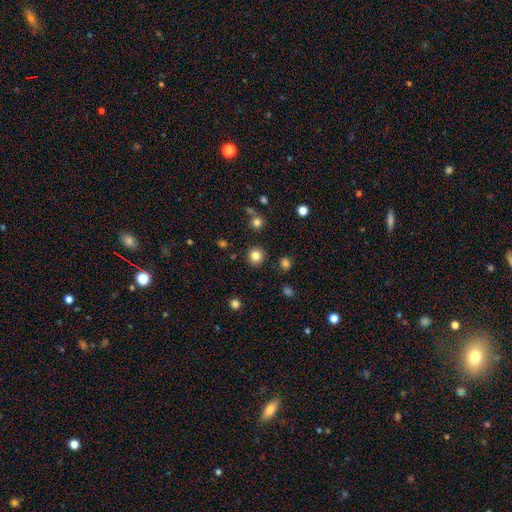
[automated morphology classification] Smooth or featured? smooth (83%)
How rounded? round (92%)
Merging? none (89%)